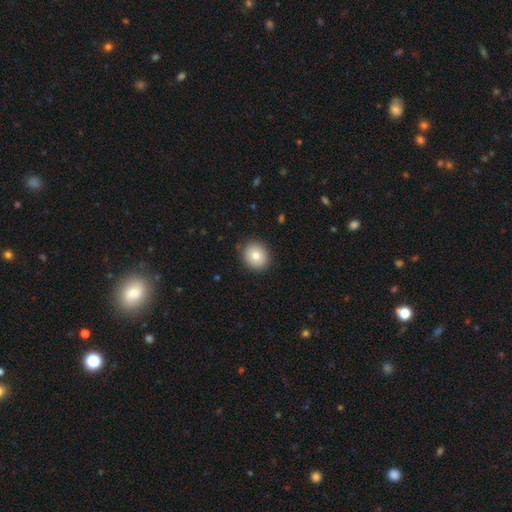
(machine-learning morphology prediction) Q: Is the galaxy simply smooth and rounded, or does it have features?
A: smooth — 81%.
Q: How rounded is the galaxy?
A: round — 81%.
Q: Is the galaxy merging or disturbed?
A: none — 89%.